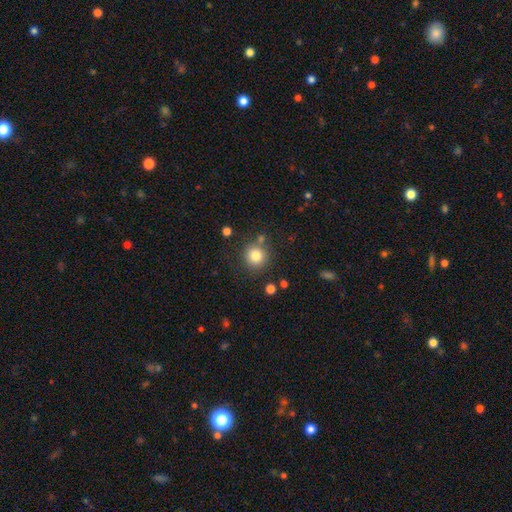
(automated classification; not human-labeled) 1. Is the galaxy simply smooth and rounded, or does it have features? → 81% smooth, 11% star or artifact, 7% featured or disk.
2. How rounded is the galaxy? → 93% round, 6% in between, 1% cigar-shaped.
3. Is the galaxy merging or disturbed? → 80% none, 9% minor disturbance, 7% merger, 3% major disturbance.